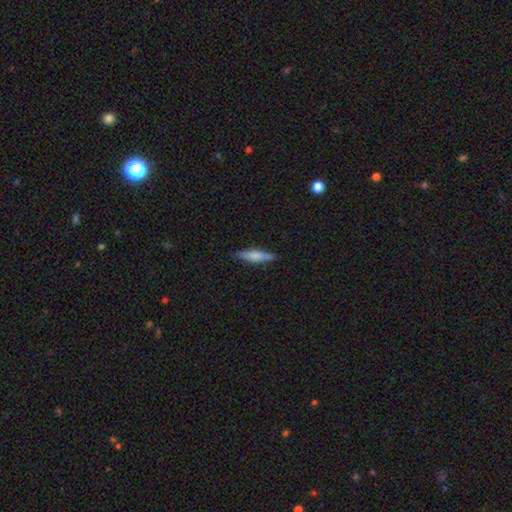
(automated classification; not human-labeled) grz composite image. It shows a smooth galaxy with no disk features (61%) that is cigar-shaped (82%). Merging: none (86%).